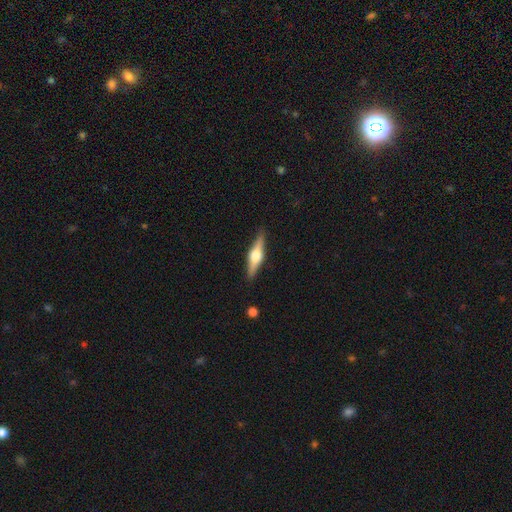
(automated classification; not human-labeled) The model was most divided on "smooth or featured": featured or disk: 69%, smooth: 25%, star or artifact: 6%. More confident: edge-on disk — yes (97%); edge-on bulge — rounded (94%); merging — none (89%).